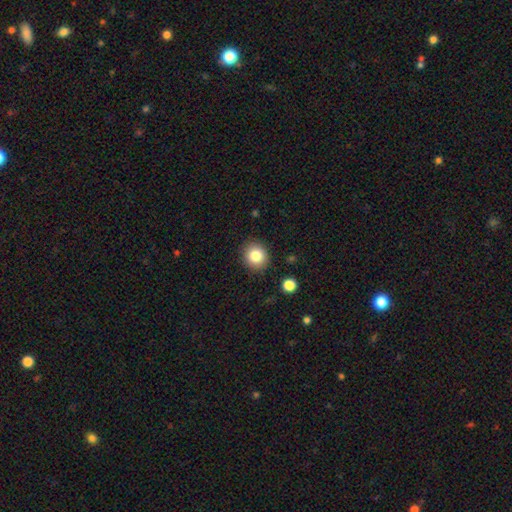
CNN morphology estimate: This is clearly a smooth galaxy (83%). How rounded: clearly round (83%). Merging: clearly none (88%).